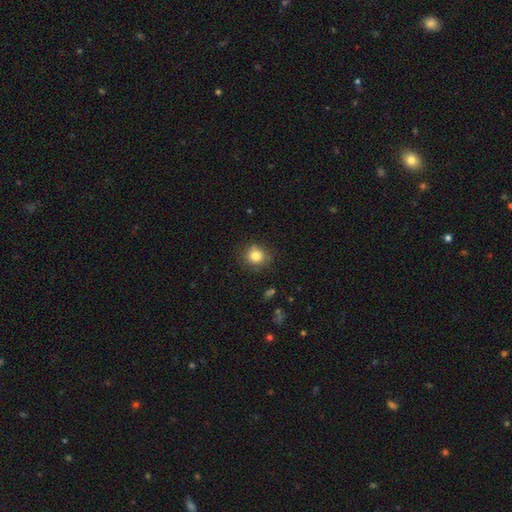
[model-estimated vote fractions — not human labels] smooth-or-featured: smooth: 81% | star or artifact: 11% | featured or disk: 7%
  how-rounded: round: 84% | in between: 16% | cigar-shaped: 1%
  merging: none: 79% | minor disturbance: 14% | major disturbance: 3% | merger: 3%